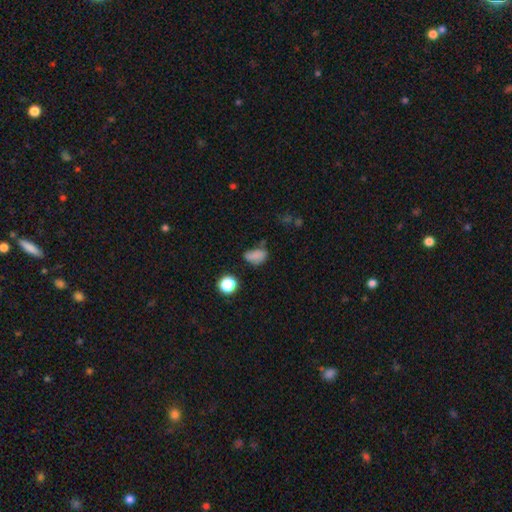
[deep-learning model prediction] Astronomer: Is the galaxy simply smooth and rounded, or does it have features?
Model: smooth — 75%.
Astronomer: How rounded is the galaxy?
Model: in between — 81%.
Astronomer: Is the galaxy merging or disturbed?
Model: none — 48% (runner-up: minor disturbance, 30%).